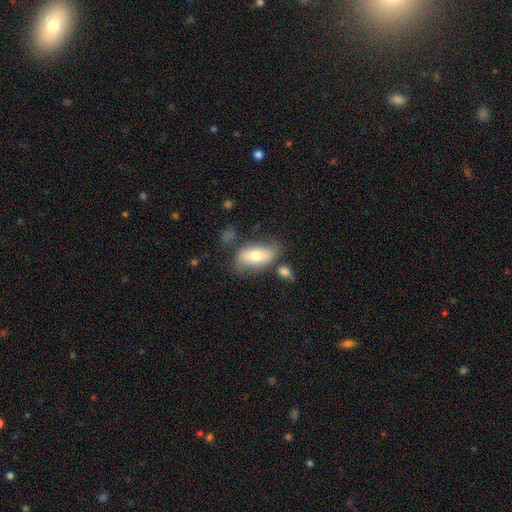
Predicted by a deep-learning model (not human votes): A smooth galaxy with no disk features (65%) that is in between round and cigar-shaped (88%).

Vote fractions:
- Smooth or featured? smooth: 65% / featured or disk: 27% / star or artifact: 7%
- How rounded? in between: 88% / cigar-shaped: 7% / round: 5%
- Merging? none: 61% / minor disturbance: 21% / merger: 10% / major disturbance: 8%